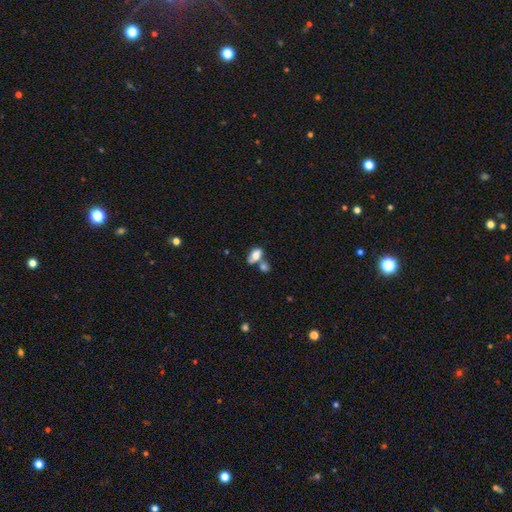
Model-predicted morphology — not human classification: smooth_or_featured: smooth (p=0.72) [alt: featured or disk p=0.20]
how_rounded: in between (p=0.87) [alt: round p=0.10]
merging: merger (p=0.44) [alt: none p=0.38]